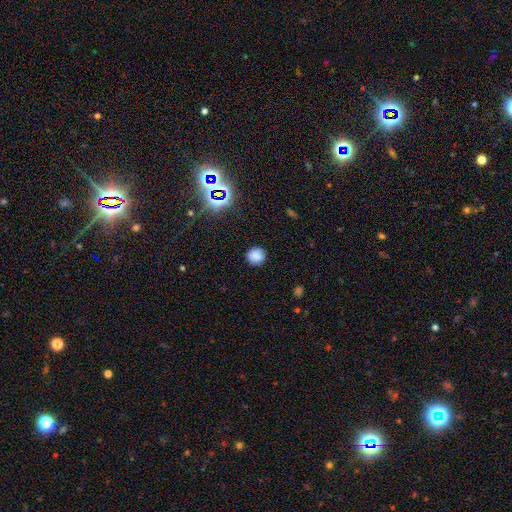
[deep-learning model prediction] Morphology: type=smooth (80%); roundness=round (90%); merging=none (88%).